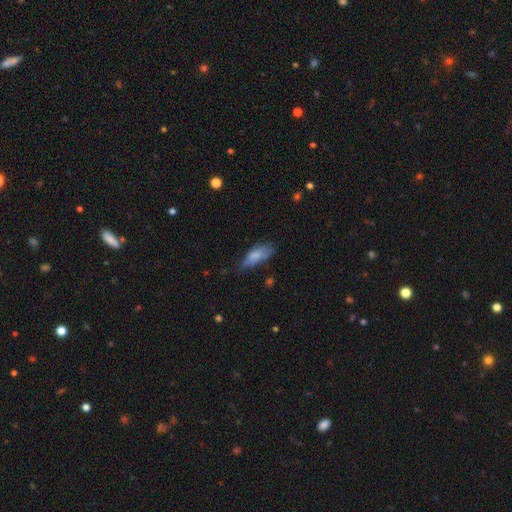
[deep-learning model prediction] Morphology: type=smooth (74%); roundness=in between (73%); merging=none (45%).